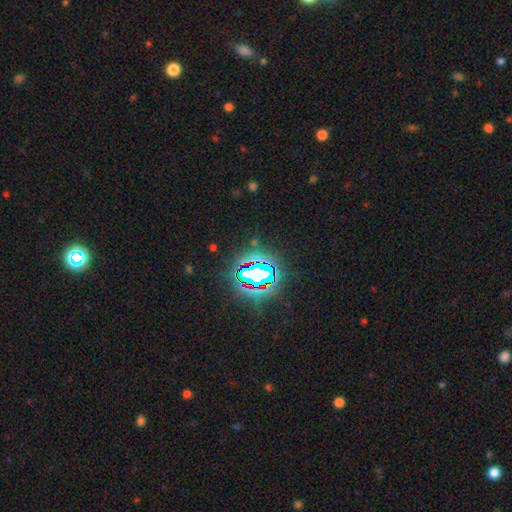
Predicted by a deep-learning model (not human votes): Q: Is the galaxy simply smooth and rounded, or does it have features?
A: star or artifact — 83%.